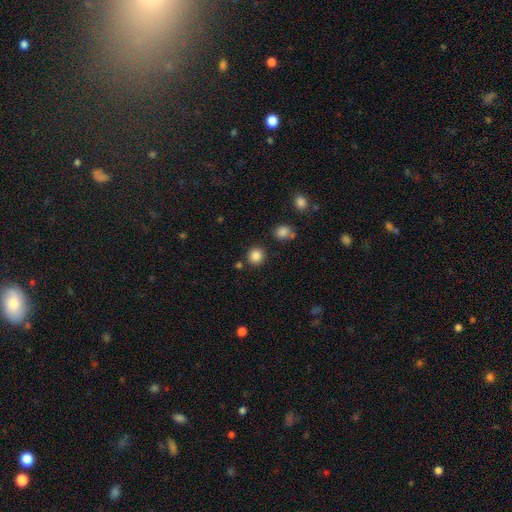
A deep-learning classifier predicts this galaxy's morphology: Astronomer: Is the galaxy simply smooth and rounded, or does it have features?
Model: smooth — 86%.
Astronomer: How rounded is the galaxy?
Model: round — 90%.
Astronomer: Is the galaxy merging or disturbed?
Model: none — 86%.